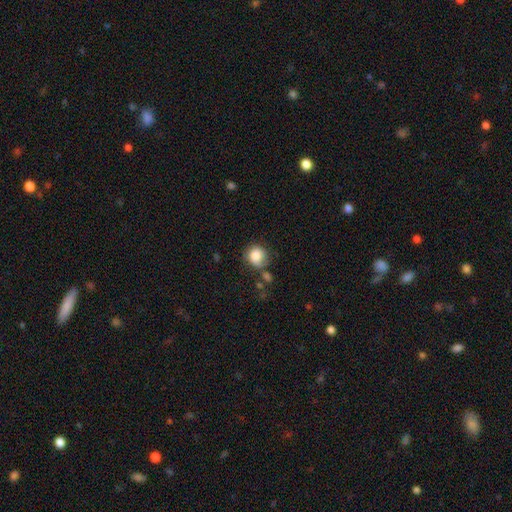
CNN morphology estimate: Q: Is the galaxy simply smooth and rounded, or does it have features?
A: smooth — 84%.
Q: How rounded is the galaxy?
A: round — 83%.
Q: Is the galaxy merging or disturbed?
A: none — 59%.